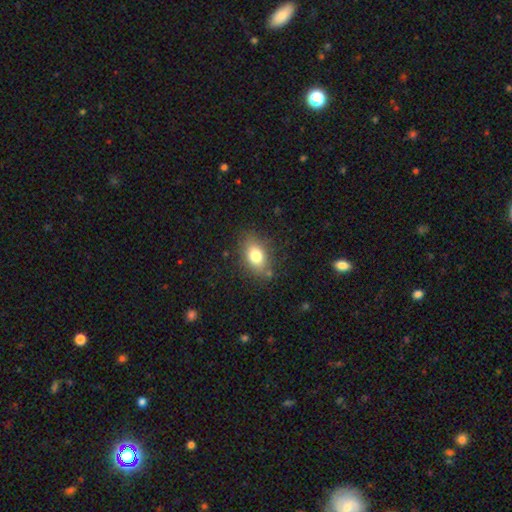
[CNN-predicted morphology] Overall: smooth (78%). How rounded: in between (82%). Merging: none (80%).